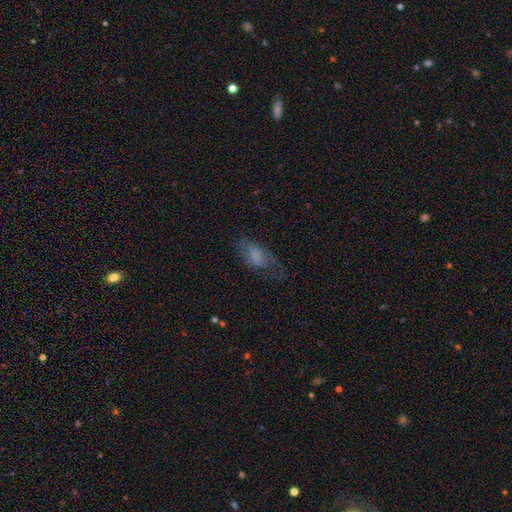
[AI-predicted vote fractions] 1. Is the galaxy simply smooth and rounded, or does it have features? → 50% smooth, 40% featured or disk, 9% star or artifact.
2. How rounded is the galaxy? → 88% in between, 8% cigar-shaped, 4% round.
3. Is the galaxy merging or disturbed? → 50% none, 24% minor disturbance, 24% major disturbance, 2% merger.